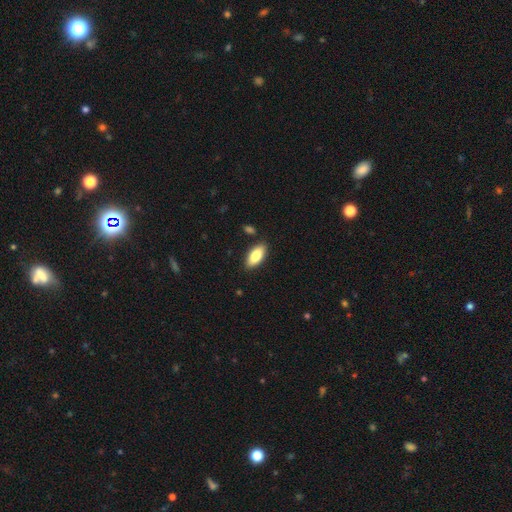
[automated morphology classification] Smooth or featured?
  - smooth: 83% *
  - featured or disk: 11%
  - star or artifact: 6%
How rounded?
  - in between: 89% *
  - cigar-shaped: 9%
  - round: 2%
Merging?
  - none: 86% *
  - minor disturbance: 9%
  - merger: 2%
  - major disturbance: 2%